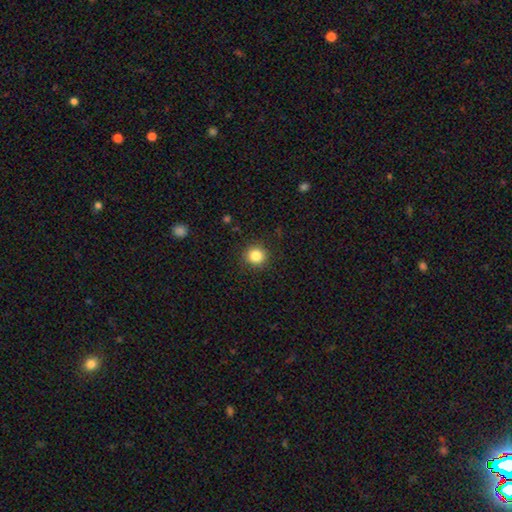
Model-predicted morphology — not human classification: Smooth or featured? smooth (84%)
How rounded? round (93%)
Merging? none (91%)